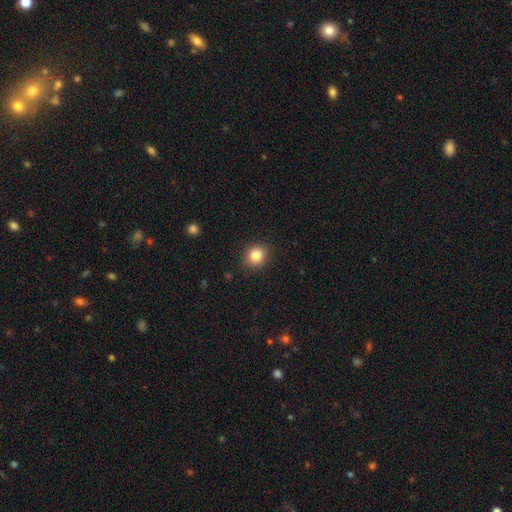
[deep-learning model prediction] Q: Smooth or featured?
A: smooth (84%); runner-up: star or artifact (11%)
Q: How rounded?
A: round (77%); runner-up: in between (22%)
Q: Merging?
A: none (88%); runner-up: minor disturbance (9%)